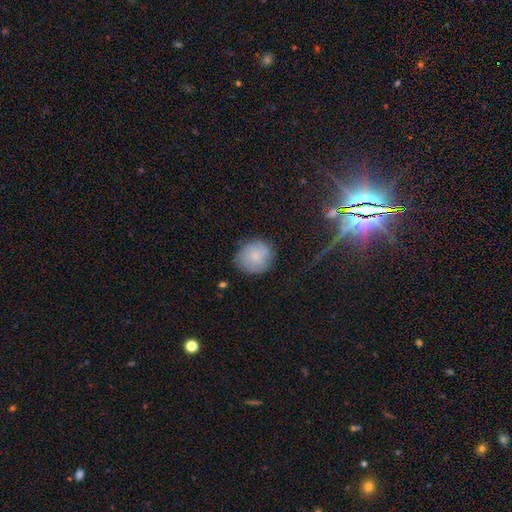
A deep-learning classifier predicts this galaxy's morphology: The model was most divided on "smooth or featured": smooth: 51%, featured or disk: 39%, star or artifact: 10%. More confident: how rounded — round (83%); merging — none (77%).